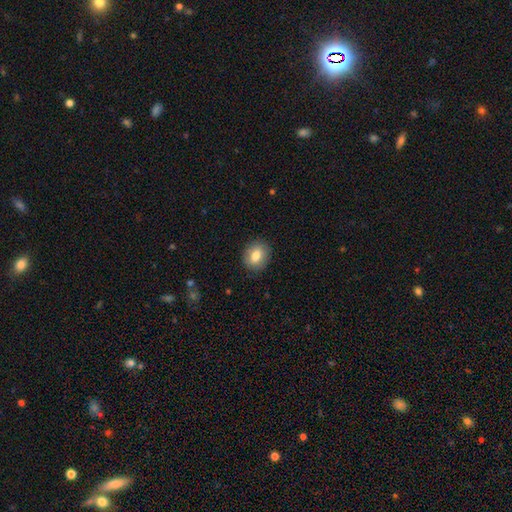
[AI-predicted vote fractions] The model was most divided on "how rounded": in between: 51%, round: 48%, cigar-shaped: 1%. More confident: merging — none (87%); smooth or featured — smooth (80%).